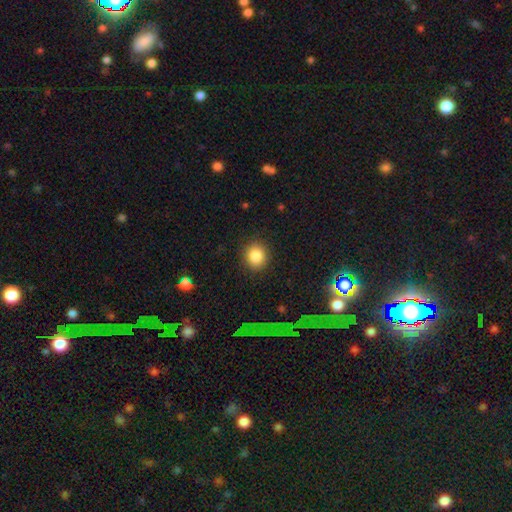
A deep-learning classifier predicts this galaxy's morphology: A smooth galaxy with no disk features (85%) that is round (83%).

Vote fractions:
- Smooth or featured? smooth: 85% / star or artifact: 10% / featured or disk: 6%
- How rounded? round: 83% / in between: 16% / cigar-shaped: 1%
- Merging? none: 89% / minor disturbance: 8% / major disturbance: 2% / merger: 1%